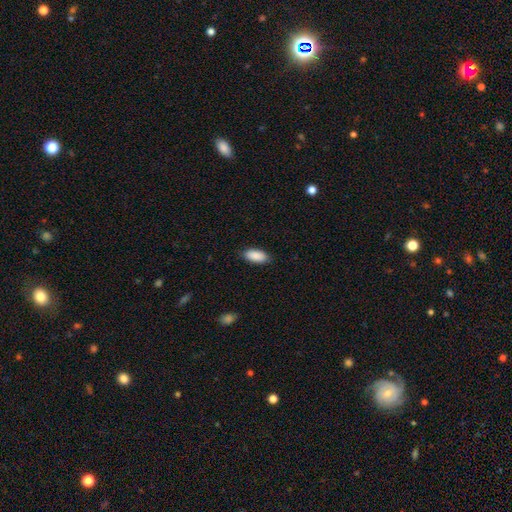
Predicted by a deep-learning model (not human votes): smooth-or-featured: smooth: 91% | star or artifact: 6% | featured or disk: 3%
  how-rounded: in between: 91% | cigar-shaped: 7% | round: 2%
  merging: none: 87% | minor disturbance: 10% | major disturbance: 2% | merger: 1%